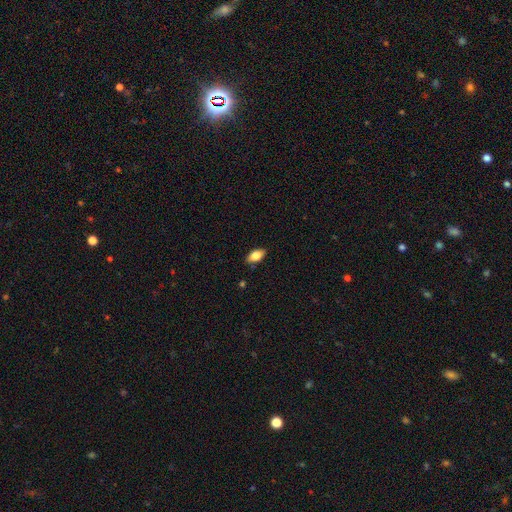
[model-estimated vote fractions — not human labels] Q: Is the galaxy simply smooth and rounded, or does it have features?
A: smooth — 76%.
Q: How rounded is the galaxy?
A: in between — 89%.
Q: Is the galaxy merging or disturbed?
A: none — 87%.